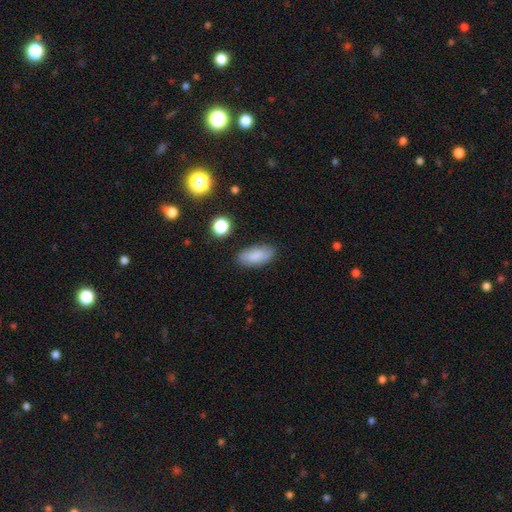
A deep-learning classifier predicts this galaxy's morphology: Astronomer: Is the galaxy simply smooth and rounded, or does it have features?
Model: smooth — 84%.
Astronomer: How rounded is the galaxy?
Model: in between — 89%.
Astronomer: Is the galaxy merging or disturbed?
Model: none — 84%.